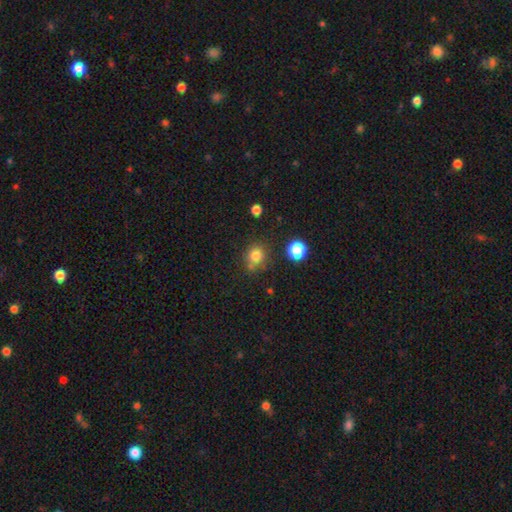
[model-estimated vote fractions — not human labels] Morphology: type=smooth (79%); roundness=round (78%); merging=none (68%).